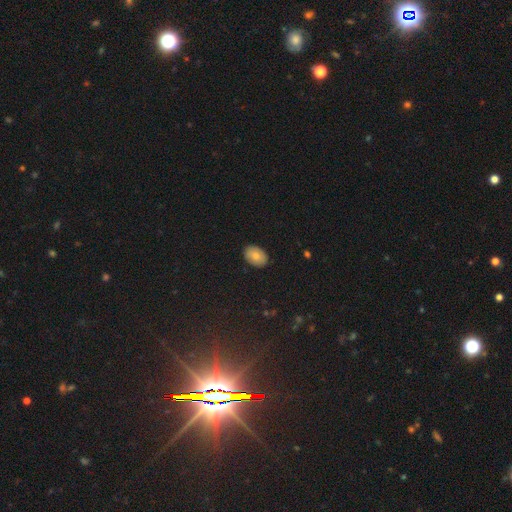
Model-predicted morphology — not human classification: Smooth or featured: smooth — 80% (featured or disk — 11%)
How rounded: in between — 86% (round — 13%)
Merging: none — 89% (minor disturbance — 8%)